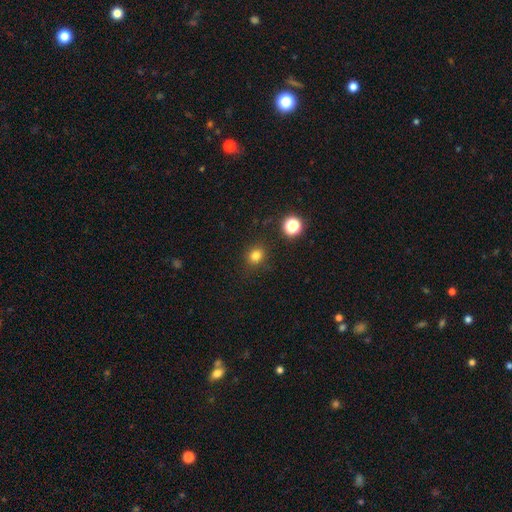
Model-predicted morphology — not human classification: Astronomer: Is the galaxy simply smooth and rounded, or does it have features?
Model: smooth — 80%.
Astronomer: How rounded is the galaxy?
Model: round — 77%.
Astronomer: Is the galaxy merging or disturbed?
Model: none — 86%.